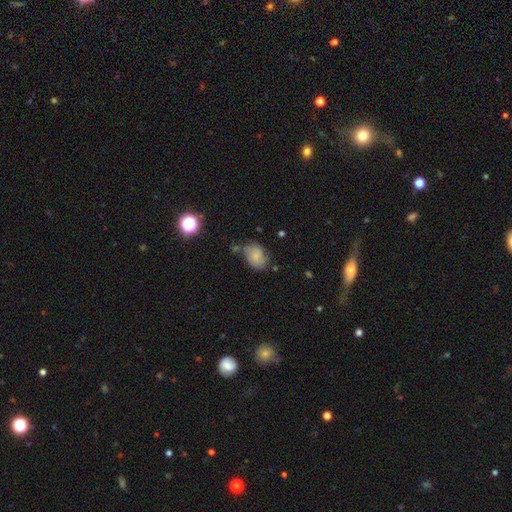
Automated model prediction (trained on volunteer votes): Overall: smooth (60%; featured or disk 29%). How rounded: in between (73%). Merging: none (51%; minor disturbance 30%).